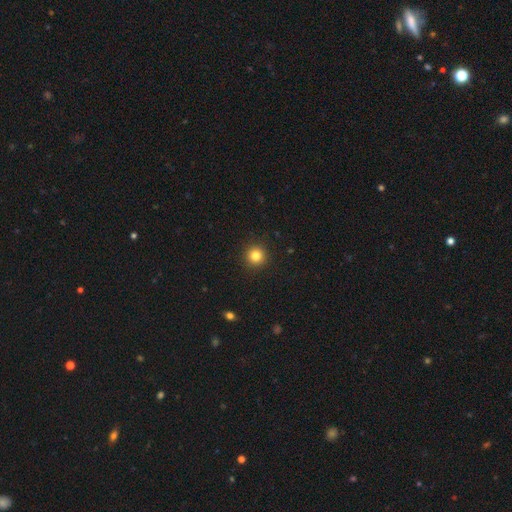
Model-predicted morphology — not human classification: type=smooth (83%); roundness=round (95%); merging=none (93%).